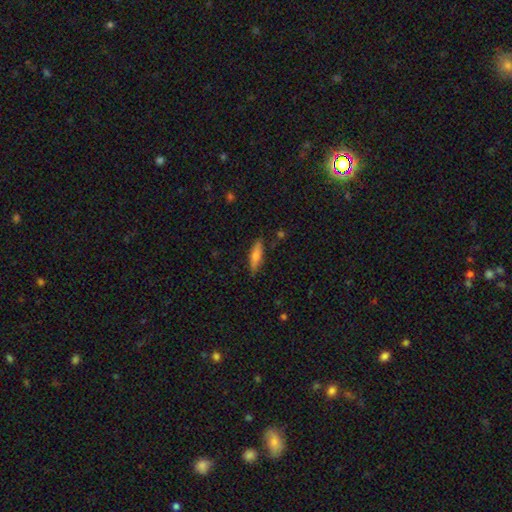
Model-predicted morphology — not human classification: Smooth or featured? Predicted: smooth (p=0.65). How rounded? Predicted: cigar-shaped (p=0.67). Merging? Predicted: none (p=0.85).